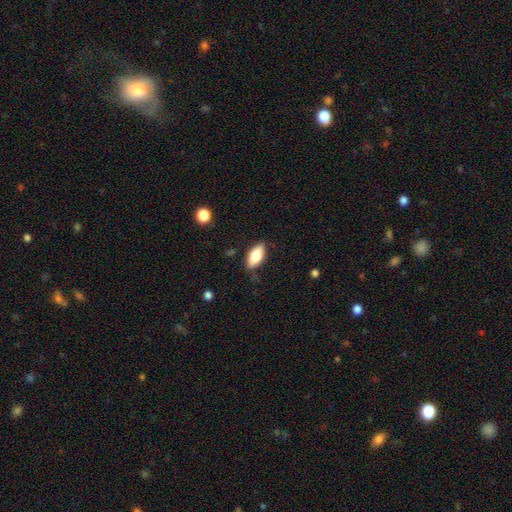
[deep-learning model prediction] Morphology: type=smooth (78%); roundness=in between (88%); merging=none (74%).